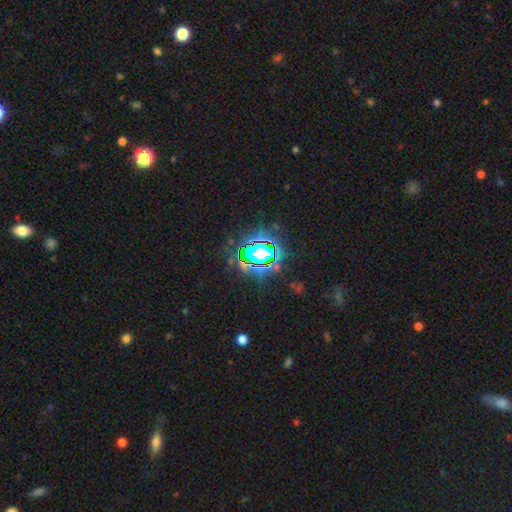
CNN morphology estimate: Smooth or featured? star or artifact (76%)